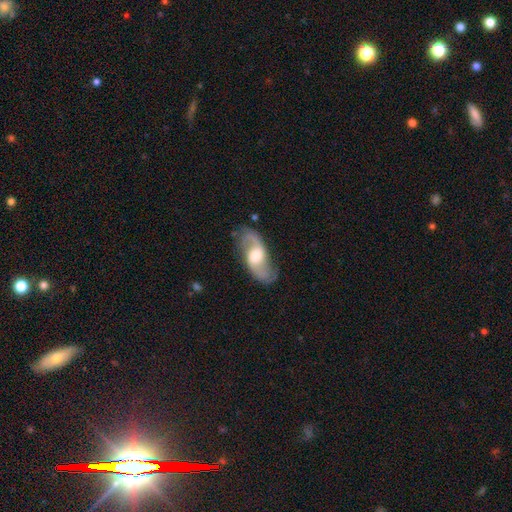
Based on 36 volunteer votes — A featured or disk galaxy (83%) with a weak bar (54%), 2 (89%) medium (57%) spiral arms (100%) and a moderate central bulge (75%).

Vote fractions:
- Smooth or featured? featured or disk: 83% / smooth: 14% / star or artifact: 3%
- Edge-on disk? no: 93% / yes: 7%
- Bar? weak: 54% / no: 36% / strong: 11%
- Spiral arms? yes: 100% / no: 0%
- Spiral winding? medium: 57% / loose: 25% / tight: 18%
- Spiral arm count? 2: 89% / 1: 4% / 4: 4% / can't tell: 4% / 3: 0% / more than 4: 0%
- Bulge size? moderate: 75% / large: 18% / small: 7% / dominant: 0% / none: 0%
- Merging? none: 91% / major disturbance: 6% / minor disturbance: 3% / merger: 0%